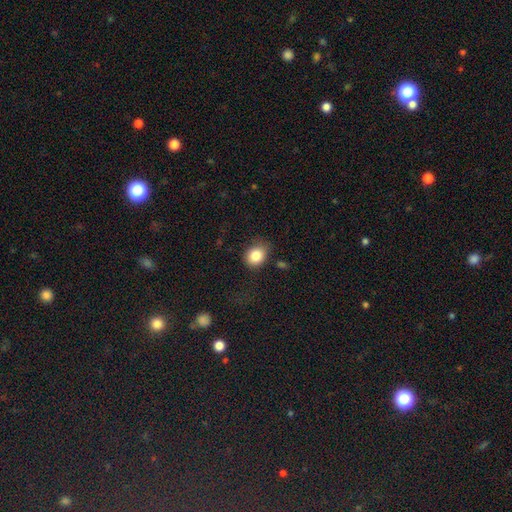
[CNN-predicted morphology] smooth 84%, star or artifact 9%, featured or disk 7%. Down the decision tree: how rounded — round (56%); merging — none (72%).